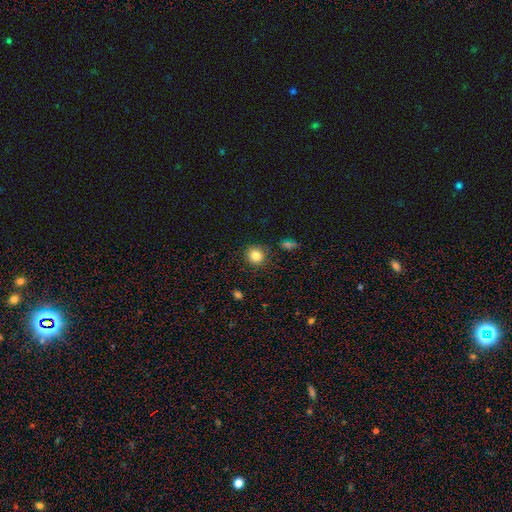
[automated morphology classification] This appears to be a smooth galaxy with no disk features (83%) that is round (90%). Merging: none (89%).